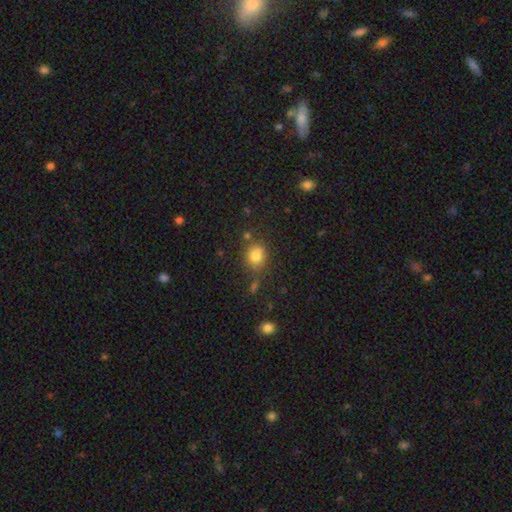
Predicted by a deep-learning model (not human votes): The model was most divided on "how rounded": round: 58%, in between: 41%, cigar-shaped: 1%. More confident: smooth or featured — smooth (80%); merging — none (69%).